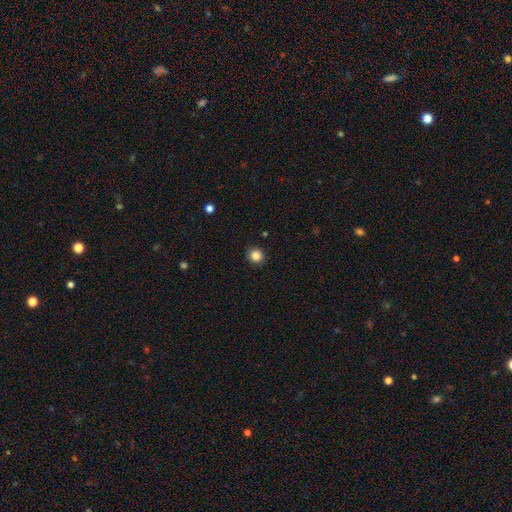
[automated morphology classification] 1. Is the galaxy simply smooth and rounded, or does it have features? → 85% smooth, 11% star or artifact, 4% featured or disk.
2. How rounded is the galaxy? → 92% round, 7% in between, 1% cigar-shaped.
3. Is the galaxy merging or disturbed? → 92% none, 6% minor disturbance, 2% major disturbance, 1% merger.